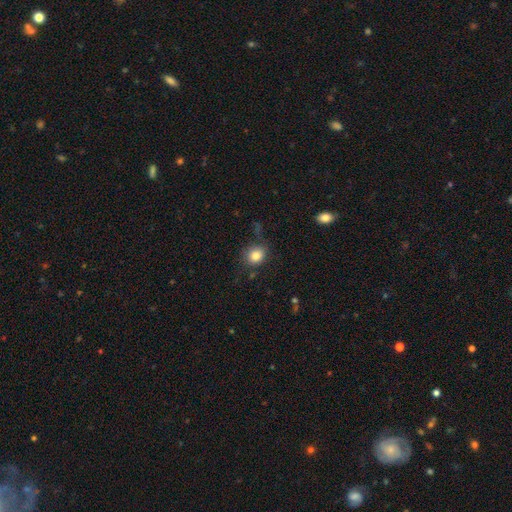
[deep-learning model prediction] Smooth or featured? Predicted: smooth (p=0.83). How rounded? Predicted: round (p=0.68). Merging? Predicted: none (p=0.76).